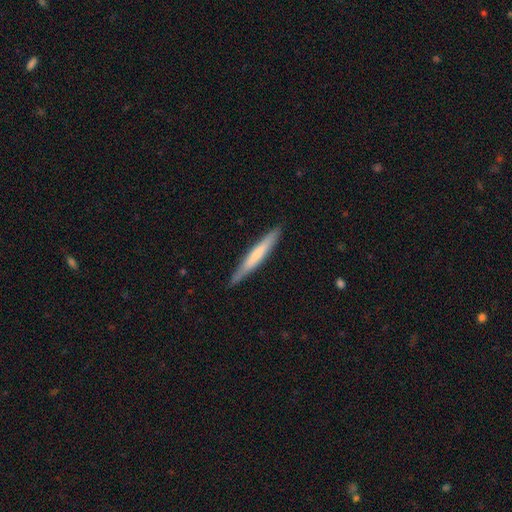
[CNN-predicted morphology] Overall: smooth (55%; featured or disk 40%). How rounded: cigar-shaped (95%). Merging: none (88%).